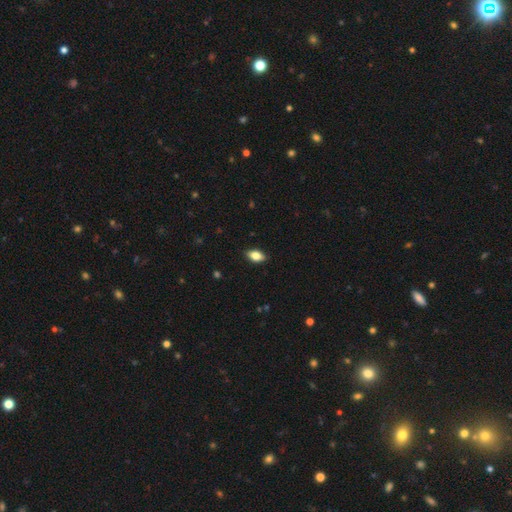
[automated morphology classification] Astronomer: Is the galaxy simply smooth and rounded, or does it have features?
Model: smooth — 77%.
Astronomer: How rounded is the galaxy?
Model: in between — 89%.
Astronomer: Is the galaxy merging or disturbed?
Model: none — 87%.